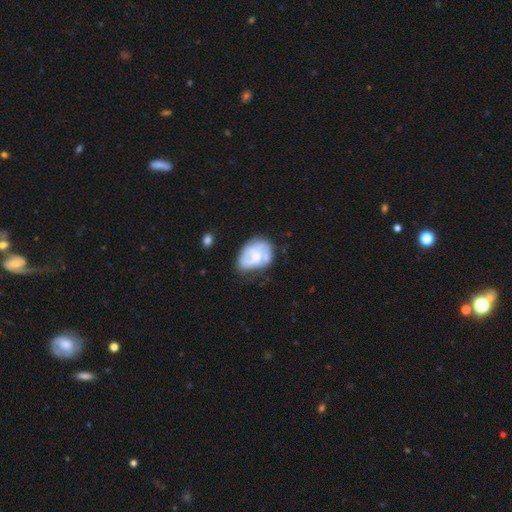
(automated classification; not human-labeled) Overall: featured or disk (57%; smooth 36%). Edge-on disk: no (97%). Bar: no (75%). Spiral arms: yes (56%; no 44%). Bulge size: moderate (35%; small 29%). Merging: none (50%; minor disturbance 30%).